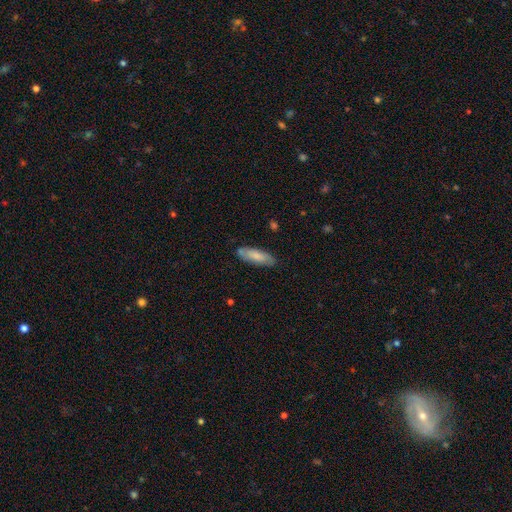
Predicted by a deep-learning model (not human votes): Smooth or featured? Predicted: smooth (p=0.76). How rounded? Predicted: in between (p=0.54). Merging? Predicted: none (p=0.78).